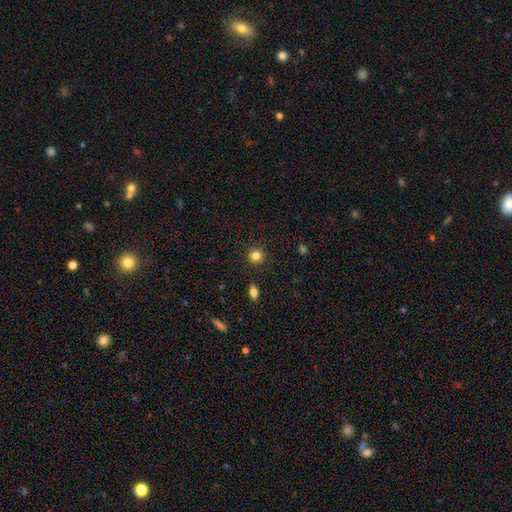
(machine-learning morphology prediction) type=smooth (83%); roundness=round (91%); merging=none (90%).